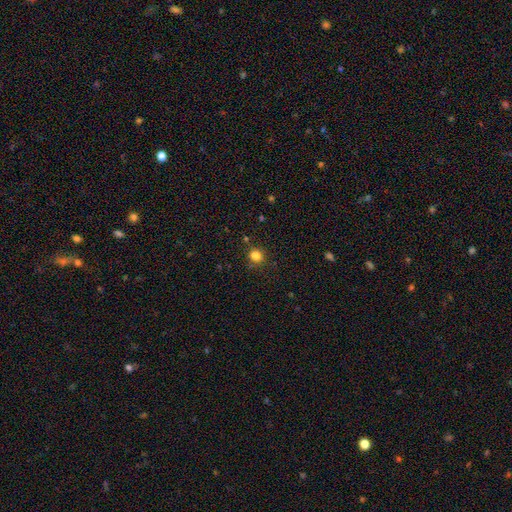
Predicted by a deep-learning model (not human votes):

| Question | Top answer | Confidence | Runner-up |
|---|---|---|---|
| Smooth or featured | smooth | 82% | star or artifact (14%) |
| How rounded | round | 80% | in between (19%) |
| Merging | none | 82% | minor disturbance (11%) |